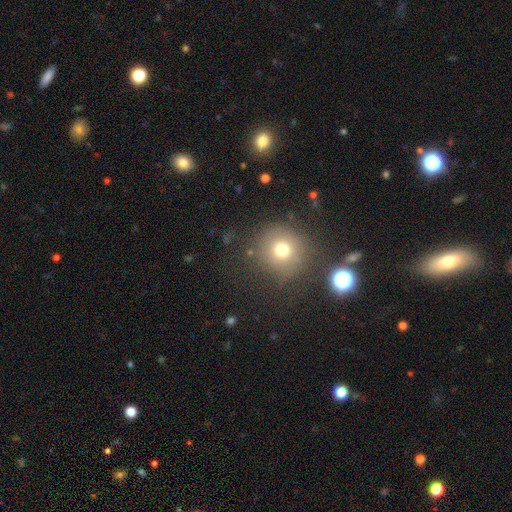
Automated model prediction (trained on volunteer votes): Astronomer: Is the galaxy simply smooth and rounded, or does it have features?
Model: smooth — 52% (runner-up: star or artifact, 35%).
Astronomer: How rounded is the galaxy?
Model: round — 91%.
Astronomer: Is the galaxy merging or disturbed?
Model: none — 85%.